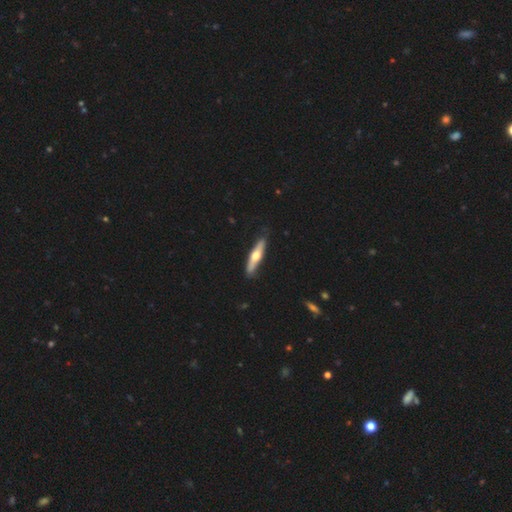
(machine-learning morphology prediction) Overall: featured or disk (53%; smooth 43%). Edge-on disk: yes (90%). Merging: none (85%).